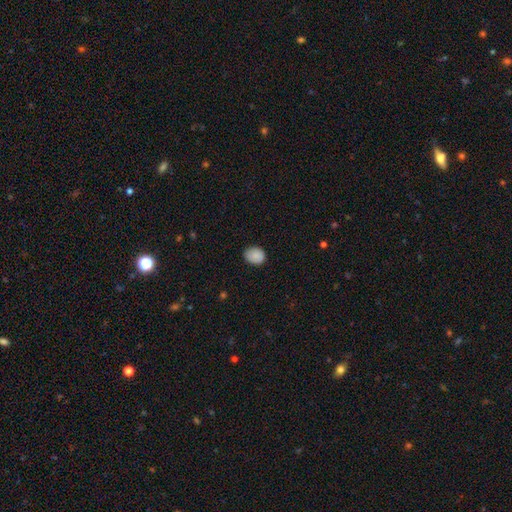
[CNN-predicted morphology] smooth_or_featured: smooth (p=0.87) [alt: star or artifact p=0.08]
how_rounded: round (p=0.53) [alt: in between p=0.46]
merging: none (p=0.82) [alt: minor disturbance p=0.14]